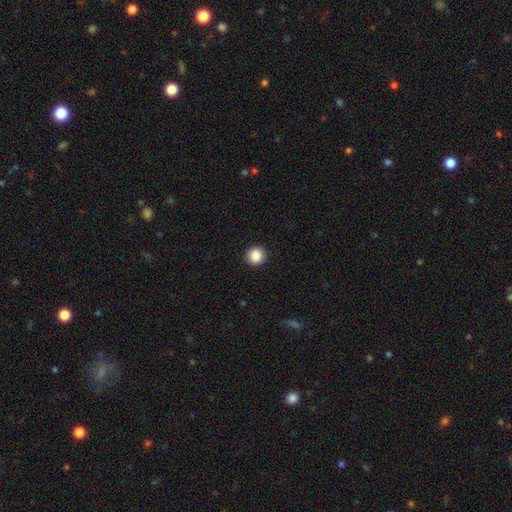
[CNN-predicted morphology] A smooth galaxy with no disk features (87%) that is round (93%). Merging: none (92%).